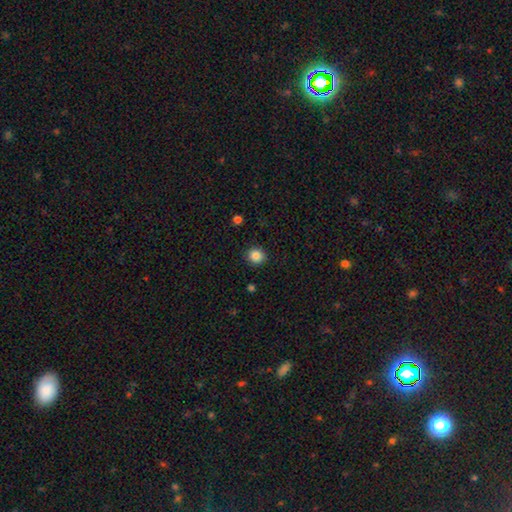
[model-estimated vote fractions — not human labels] A smooth galaxy with no disk features (86%) that is round (88%). Merging: none (91%).